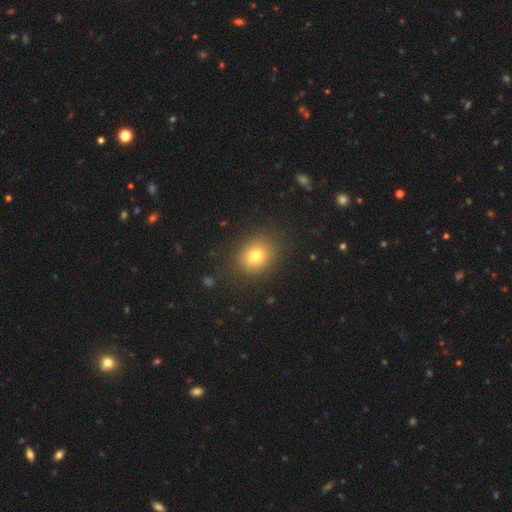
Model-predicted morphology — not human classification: This is likely a smooth galaxy (79%). How rounded: possibly round (56%). Merging: clearly none (87%).